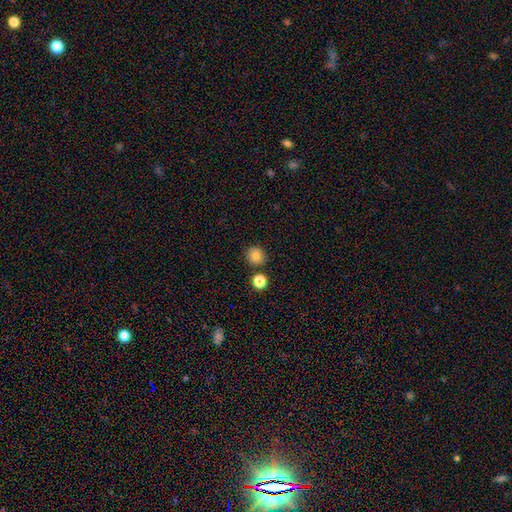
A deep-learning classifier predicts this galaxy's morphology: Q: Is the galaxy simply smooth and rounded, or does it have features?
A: smooth — 83%.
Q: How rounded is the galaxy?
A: round — 91%.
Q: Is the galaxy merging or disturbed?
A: none — 85%.